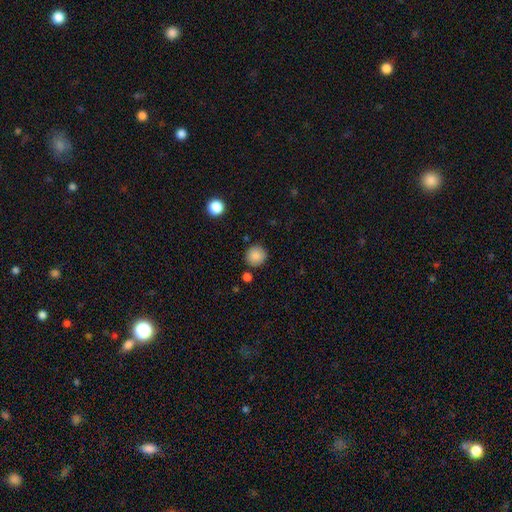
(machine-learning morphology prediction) smooth-or-featured: smooth: 86% | star or artifact: 9% | featured or disk: 4%
  how-rounded: round: 93% | in between: 6% | cigar-shaped: 1%
  merging: none: 86% | minor disturbance: 8% | merger: 4% | major disturbance: 2%